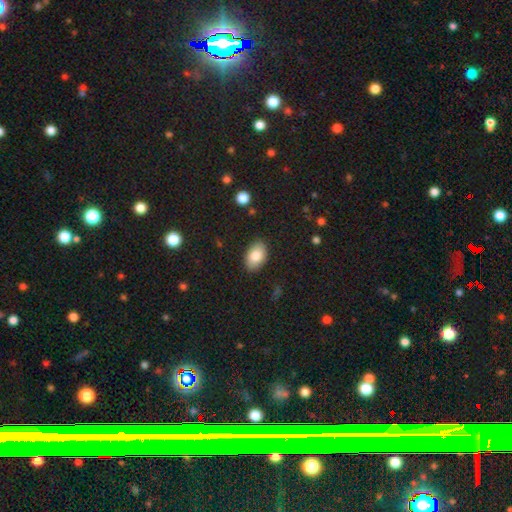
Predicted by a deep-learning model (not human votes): A smooth galaxy with no disk features (82%) that is in between round and cigar-shaped (89%). Merging: none (87%).